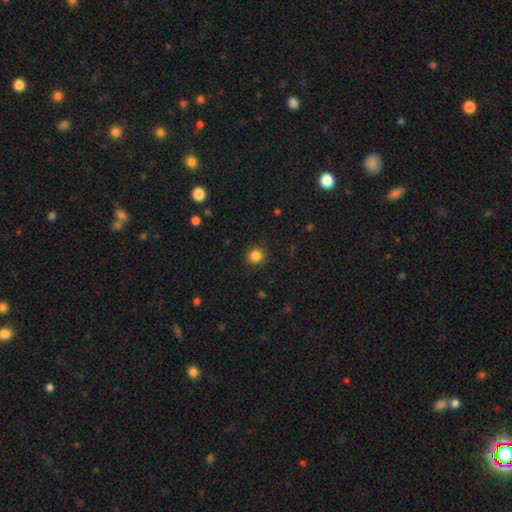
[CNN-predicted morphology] Overall: smooth (84%). How rounded: round (92%). Merging: none (90%).